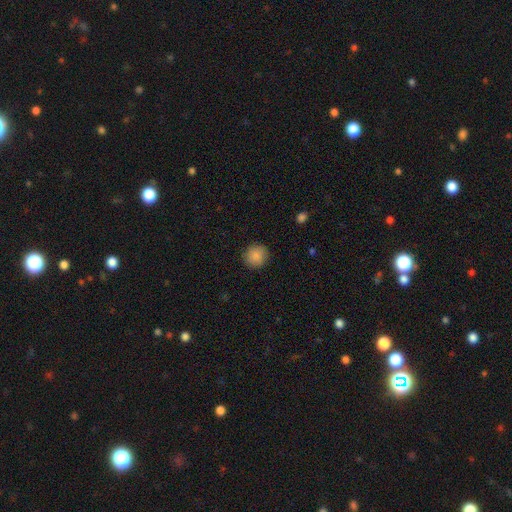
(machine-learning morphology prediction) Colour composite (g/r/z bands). It shows a smooth galaxy with no disk features (87%) that is round (92%). Merging: none (89%).